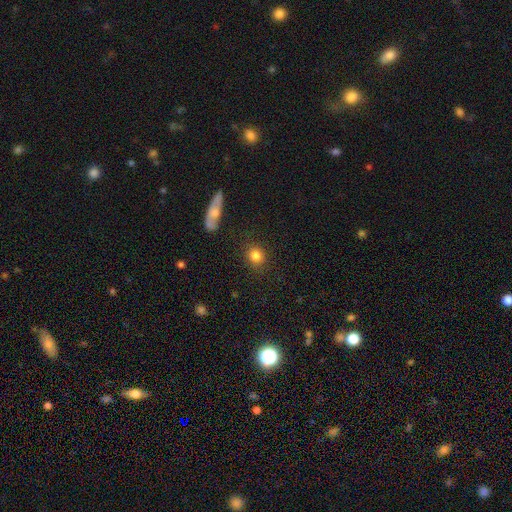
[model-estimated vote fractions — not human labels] Morphology: type=smooth (84%); roundness=round (82%); merging=none (87%).